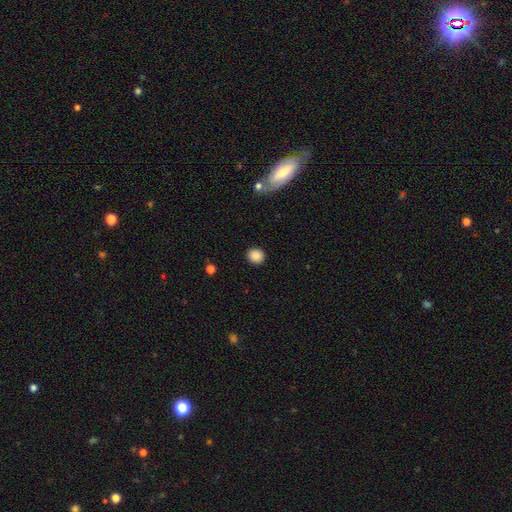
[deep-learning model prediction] smooth_or_featured: smooth (p=0.87) [alt: star or artifact p=0.09]
how_rounded: round (p=0.87) [alt: in between p=0.12]
merging: none (p=0.91) [alt: minor disturbance p=0.06]